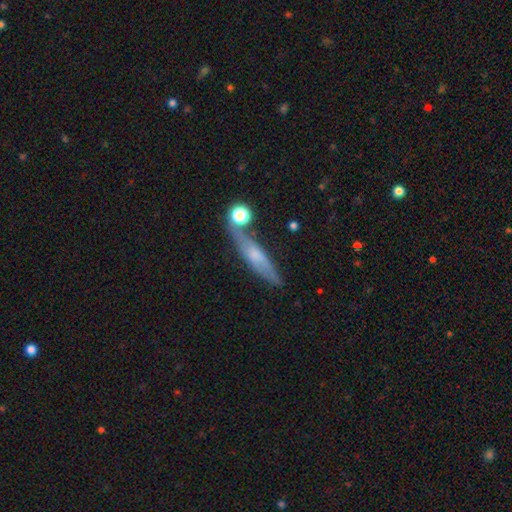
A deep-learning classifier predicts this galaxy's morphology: Smooth or featured? featured or disk (48%)
Merging? none (64%)